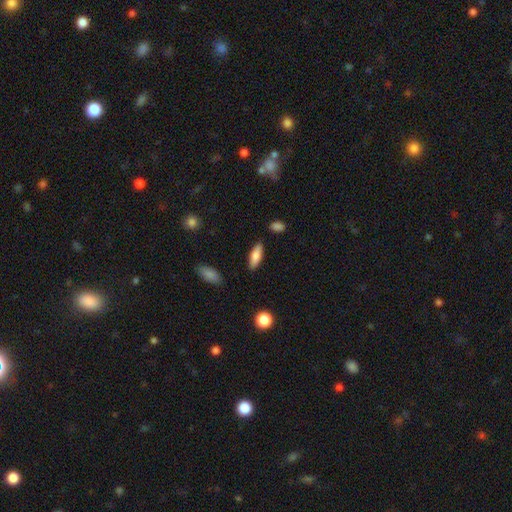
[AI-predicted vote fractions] The model was most divided on "how rounded": in between: 61%, cigar-shaped: 37%, round: 2%. More confident: merging — none (85%); smooth or featured — smooth (77%).